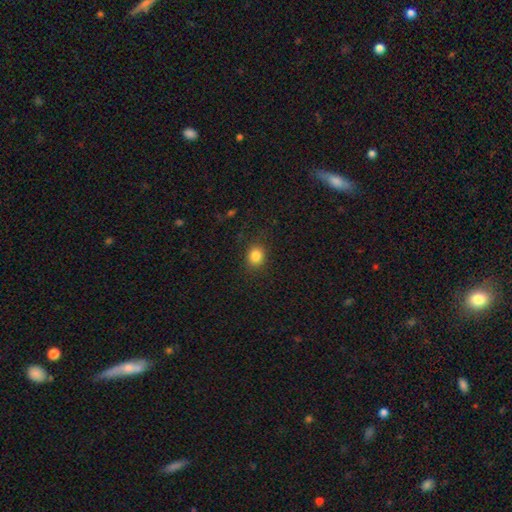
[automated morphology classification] A smooth galaxy with no disk features (84%) that is round (66%).

Vote fractions:
- Smooth or featured? smooth: 84% / star or artifact: 11% / featured or disk: 5%
- How rounded? round: 66% / in between: 33% / cigar-shaped: 1%
- Merging? none: 86% / minor disturbance: 9% / major disturbance: 3% / merger: 1%